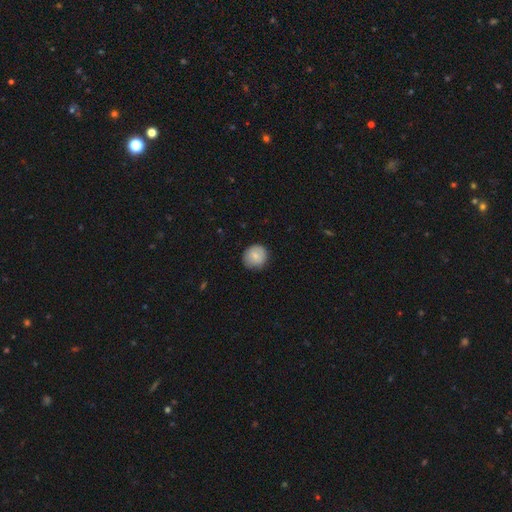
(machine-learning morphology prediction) The model was most divided on "smooth or featured": smooth: 82%, featured or disk: 11%, star or artifact: 7%. More confident: how rounded — round (90%); merging — none (85%).